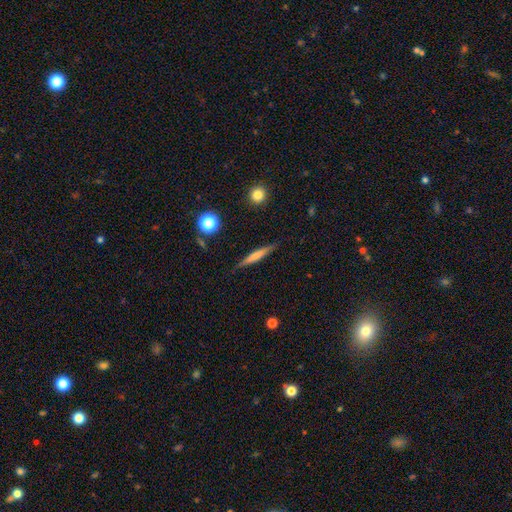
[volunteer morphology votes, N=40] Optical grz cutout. It shows a featured or disk galaxy (57%) viewed edge-on (100%) with no central bulge (48%). Merging: none (97%).